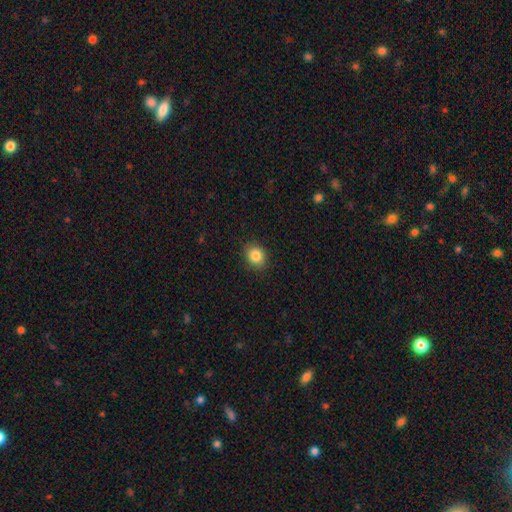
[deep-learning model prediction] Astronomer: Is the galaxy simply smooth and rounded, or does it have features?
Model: smooth — 85%.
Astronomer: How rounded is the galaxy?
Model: round — 56% (runner-up: in between, 43%).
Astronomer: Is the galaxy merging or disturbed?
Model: none — 88%.